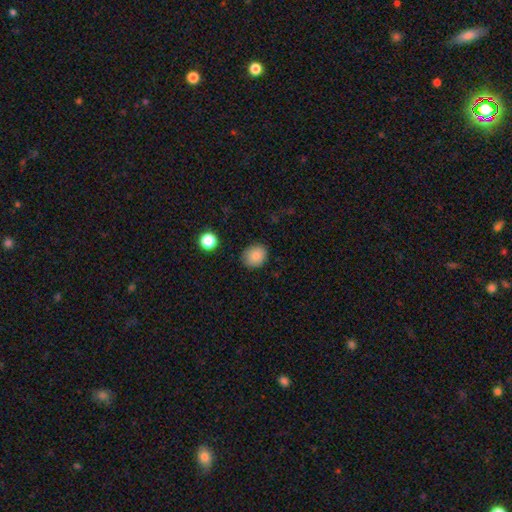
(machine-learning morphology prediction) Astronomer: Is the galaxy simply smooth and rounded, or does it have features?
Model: smooth — 86%.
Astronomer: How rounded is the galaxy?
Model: round — 71%.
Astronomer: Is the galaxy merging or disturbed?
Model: none — 84%.